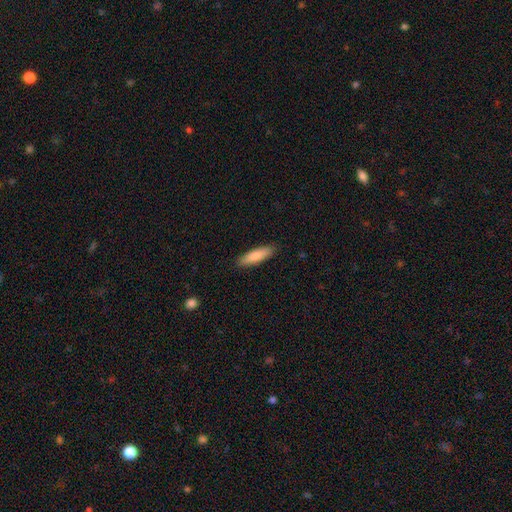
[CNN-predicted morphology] Smooth or featured?
  - smooth: 83% *
  - featured or disk: 12%
  - star or artifact: 5%
How rounded?
  - cigar-shaped: 63% *
  - in between: 35%
  - round: 1%
Merging?
  - none: 89% *
  - minor disturbance: 9%
  - major disturbance: 2%
  - merger: 1%